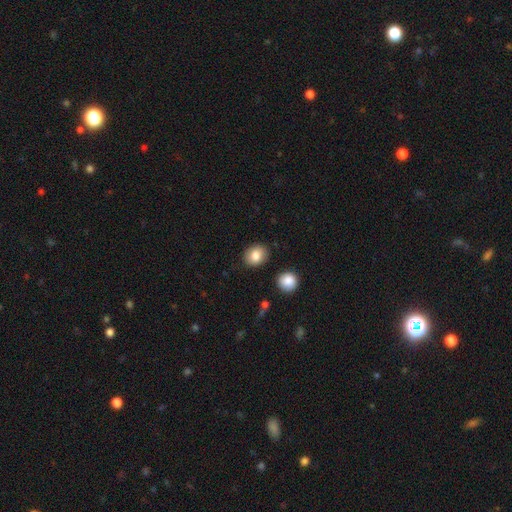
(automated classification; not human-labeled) smooth 84%, star or artifact 8%, featured or disk 8%. Down the decision tree: how rounded — round (59%); merging — none (87%).